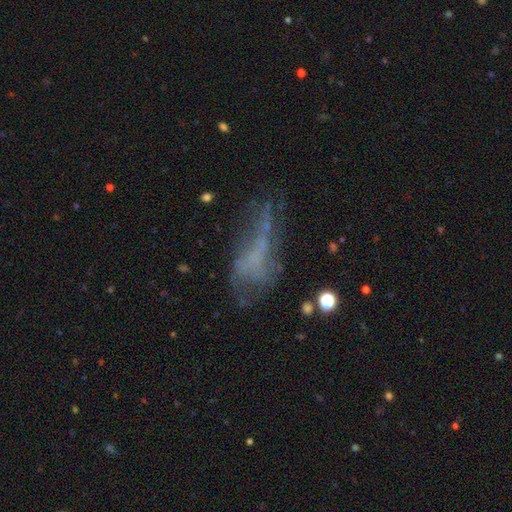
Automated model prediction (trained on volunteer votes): Overall: featured or disk (49%; smooth 31%). Merging: major disturbance (38%; none 34%).